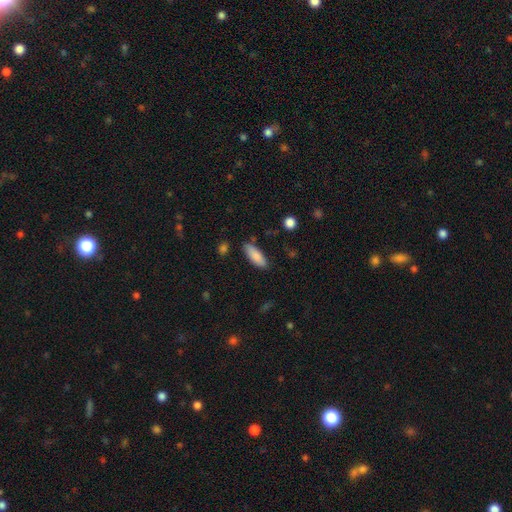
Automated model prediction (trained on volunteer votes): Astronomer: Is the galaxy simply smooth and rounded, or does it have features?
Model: smooth — 85%.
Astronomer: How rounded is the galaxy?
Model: in between — 68%.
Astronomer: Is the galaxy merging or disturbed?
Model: none — 82%.